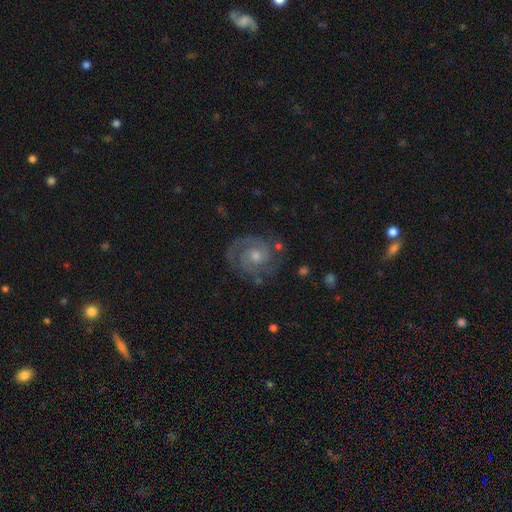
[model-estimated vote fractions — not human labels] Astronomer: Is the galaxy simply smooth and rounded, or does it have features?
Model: featured or disk — 85%.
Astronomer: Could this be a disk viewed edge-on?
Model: no — 98%.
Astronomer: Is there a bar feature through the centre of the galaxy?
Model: no — 73%.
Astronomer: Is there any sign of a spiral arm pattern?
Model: yes — 97%.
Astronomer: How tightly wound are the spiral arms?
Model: tight — 64%.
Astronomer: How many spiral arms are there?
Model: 2 — 65%.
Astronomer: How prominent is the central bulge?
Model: moderate — 56% (runner-up: small, 38%).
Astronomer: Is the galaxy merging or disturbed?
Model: none — 79%.